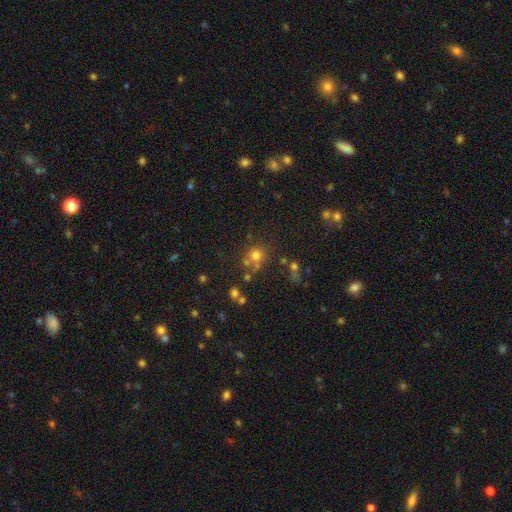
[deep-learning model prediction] Smooth or featured: smooth — 68% (star or artifact — 20%)
How rounded: round — 87% (in between — 12%)
Merging: none — 60% (merger — 23%)